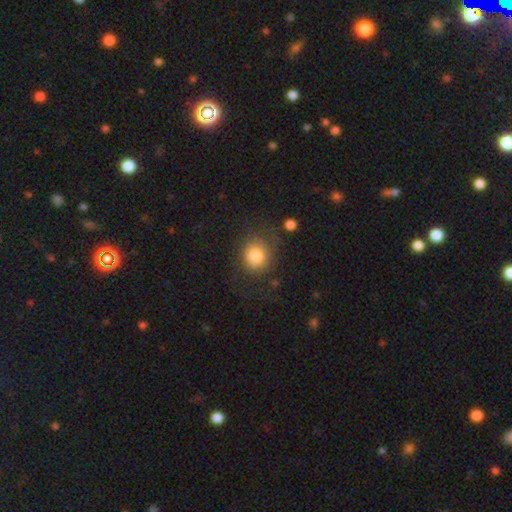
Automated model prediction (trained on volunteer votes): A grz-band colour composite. It shows a smooth galaxy with no disk features (81%) that is round (76%). Merging: none (69%).